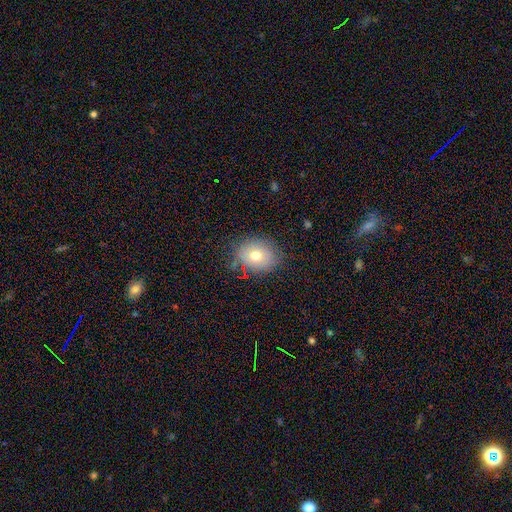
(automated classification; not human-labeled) A smooth galaxy with no disk features (73%) that is round (55%). Merging: none (81%).